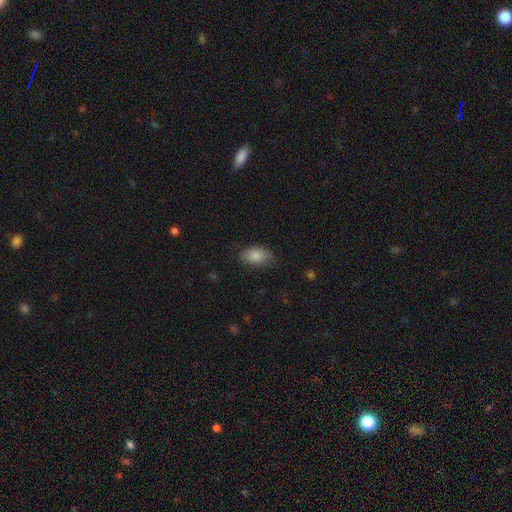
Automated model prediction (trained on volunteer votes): Smooth or featured?
  - smooth: 86% *
  - star or artifact: 7%
  - featured or disk: 6%
How rounded?
  - in between: 92% *
  - round: 6%
  - cigar-shaped: 2%
Merging?
  - none: 80% *
  - minor disturbance: 15%
  - major disturbance: 4%
  - merger: 1%